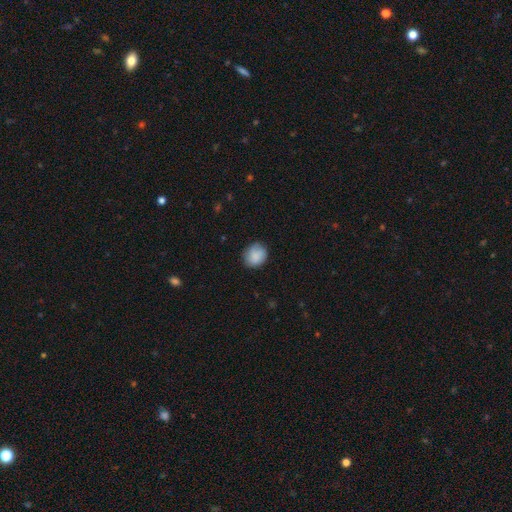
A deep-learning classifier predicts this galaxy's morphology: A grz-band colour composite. It shows a smooth galaxy with no disk features (87%) that is round (74%). Merging: none (80%).